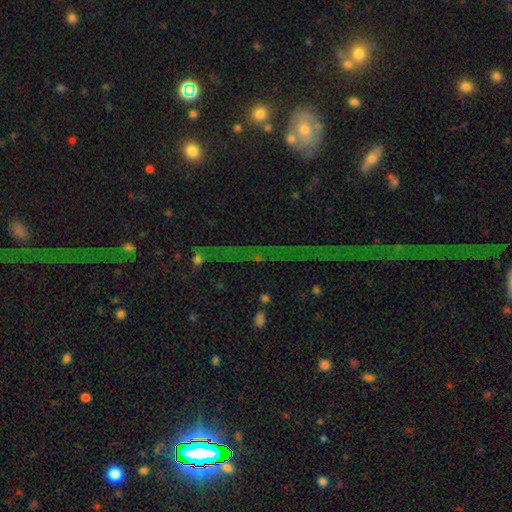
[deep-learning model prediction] Smooth or featured? Predicted: star or artifact (p=0.73).